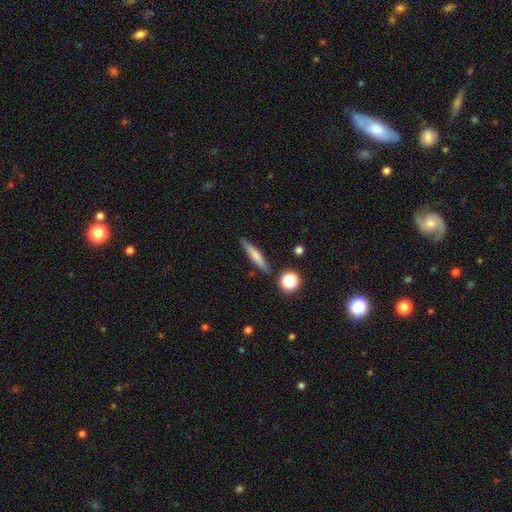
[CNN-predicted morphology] A smooth galaxy with no disk features (68%) that is cigar-shaped (88%). Merging: none (85%).